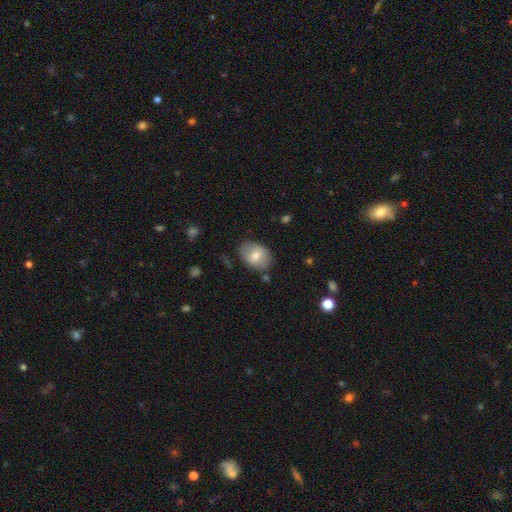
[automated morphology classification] smooth_or_featured: smooth (p=0.70) [alt: featured or disk p=0.23]
how_rounded: in between (p=0.74) [alt: round p=0.25]
merging: none (p=0.78) [alt: minor disturbance p=0.15]